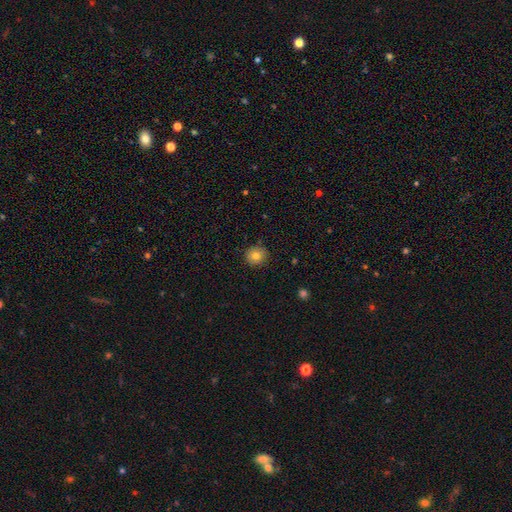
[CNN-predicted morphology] Smooth or featured?
  - smooth: 80% *
  - star or artifact: 10%
  - featured or disk: 9%
How rounded?
  - round: 91% *
  - in between: 8%
  - cigar-shaped: 1%
Merging?
  - none: 89% *
  - minor disturbance: 8%
  - major disturbance: 2%
  - merger: 1%